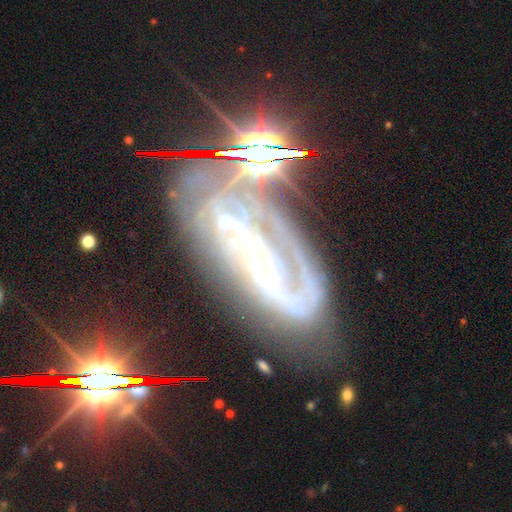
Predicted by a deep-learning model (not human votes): This is clearly a featured or disk galaxy (80%). It is clearly not viewed edge-on (91%). Bar: marginally strong (45%). Spiral arm pattern: clearly yes (92%). Spiral arm count: possibly 2 (55%). Spiral winding: possibly tight (45%). Central bulge: likely small (75%). Merging: possibly none (53%).